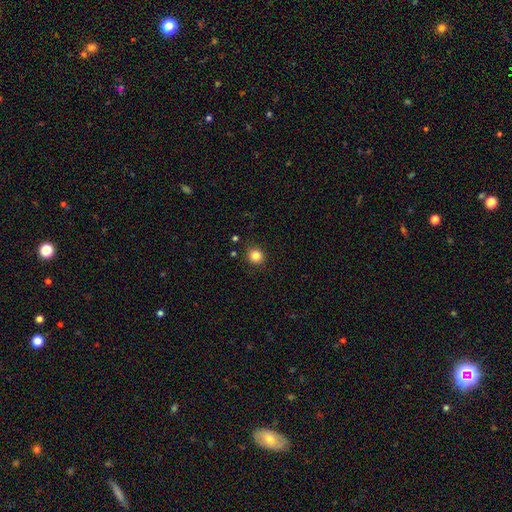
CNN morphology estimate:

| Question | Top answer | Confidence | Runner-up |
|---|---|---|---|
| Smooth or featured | smooth | 83% | star or artifact (12%) |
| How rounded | round | 89% | in between (10%) |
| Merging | none | 89% | minor disturbance (7%) |